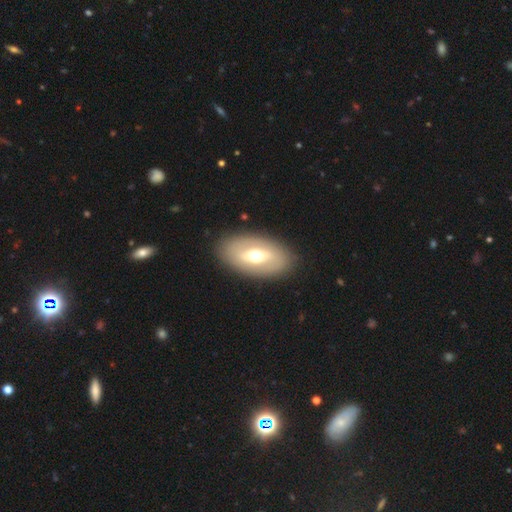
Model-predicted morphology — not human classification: smooth-or-featured: featured or disk: 50% | smooth: 43% | star or artifact: 6%
  disk-edge-on: no: 85% | yes: 15%
  merging: none: 87% | minor disturbance: 8% | major disturbance: 3% | merger: 1%